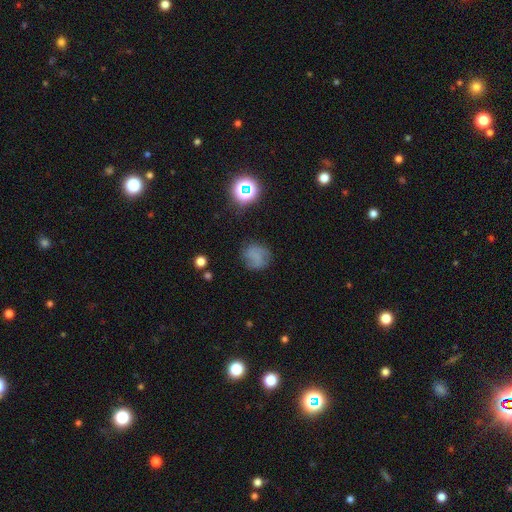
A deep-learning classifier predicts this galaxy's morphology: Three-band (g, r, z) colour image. It shows a smooth galaxy with no disk features (65%) that is round (80%). Merging: none (69%).